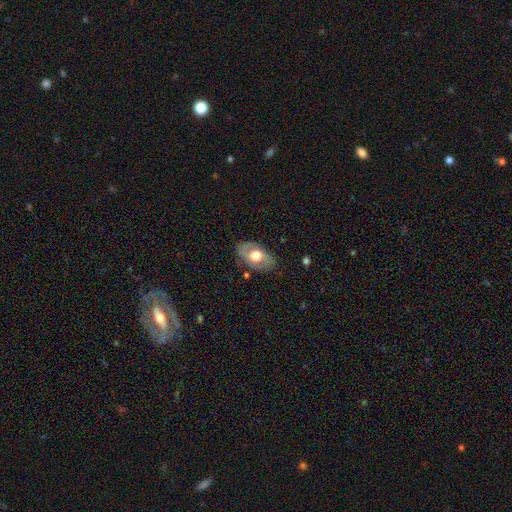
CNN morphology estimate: Q: Smooth or featured?
A: featured or disk (55%); runner-up: smooth (39%)
Q: Edge-on disk?
A: no (89%); runner-up: yes (11%)
Q: Merging?
A: none (77%); runner-up: minor disturbance (16%)